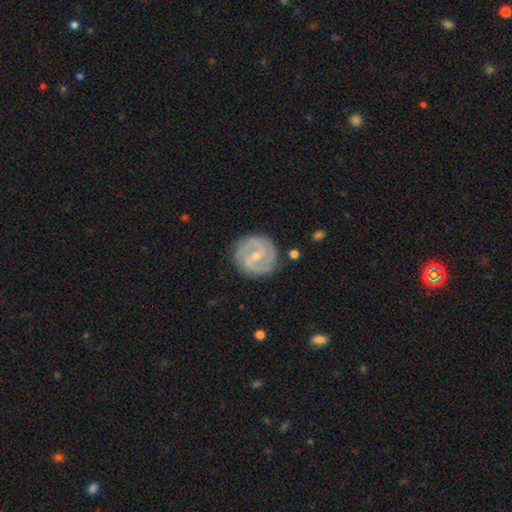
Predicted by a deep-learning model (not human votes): The model was most divided on "spiral winding": tight: 49%, medium: 41%, loose: 10%. More confident: edge-on disk — no (98%); spiral arms — yes (95%); smooth or featured — featured or disk (84%); merging — none (83%); spiral arm count — 2 (79%); bulge size — small (56%); bar — weak (53%).